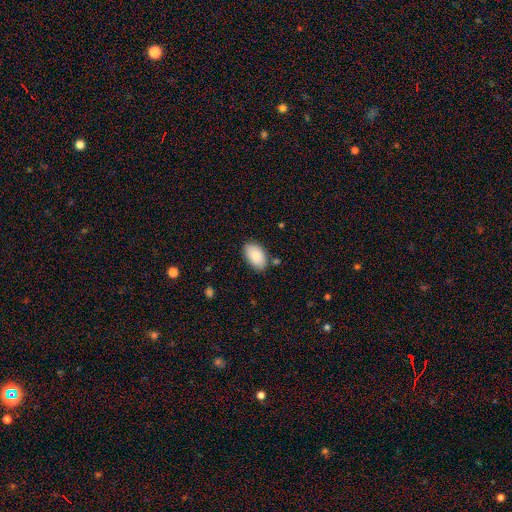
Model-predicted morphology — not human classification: Smooth or featured: smooth — 85% (featured or disk — 9%)
How rounded: in between — 93% (round — 6%)
Merging: none — 81% (minor disturbance — 13%)